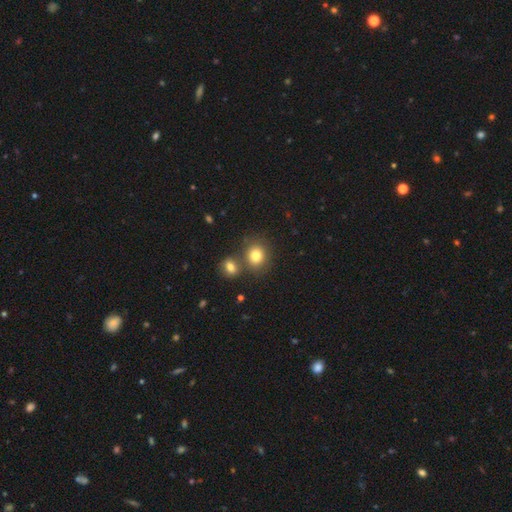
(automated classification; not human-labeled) Smooth or featured? smooth (80%)
How rounded? round (74%)
Merging? none (62%)